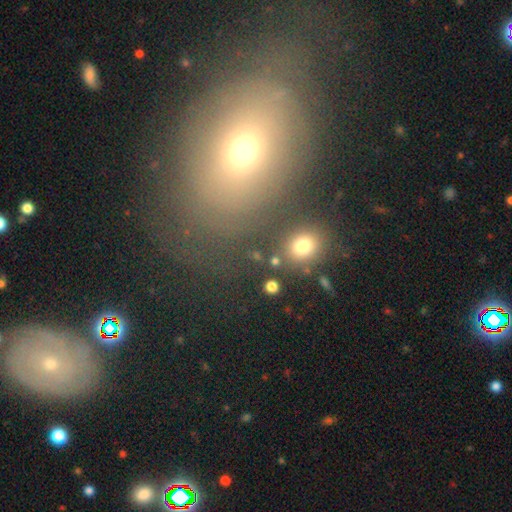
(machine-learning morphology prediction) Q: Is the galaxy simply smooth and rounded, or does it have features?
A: smooth — 69%.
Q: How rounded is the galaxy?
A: round — 54%.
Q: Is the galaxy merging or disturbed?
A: none — 76%.